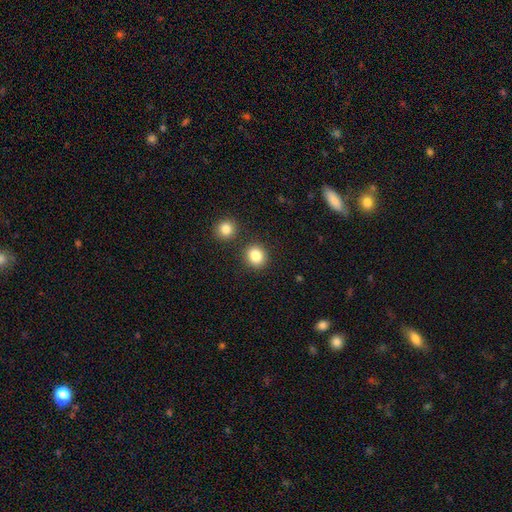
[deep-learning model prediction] smooth 85%, star or artifact 10%, featured or disk 5%. Down the decision tree: how rounded — round (83%); merging — none (84%).